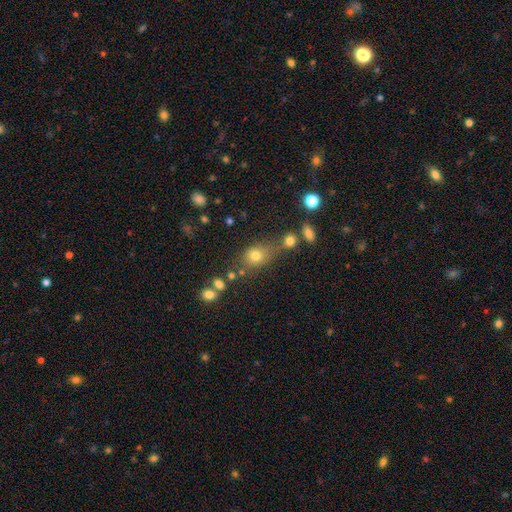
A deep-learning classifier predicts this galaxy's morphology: Q: Smooth or featured?
A: smooth (73%); runner-up: star or artifact (16%)
Q: How rounded?
A: round (51%); runner-up: in between (47%)
Q: Merging?
A: none (58%); runner-up: merger (18%)